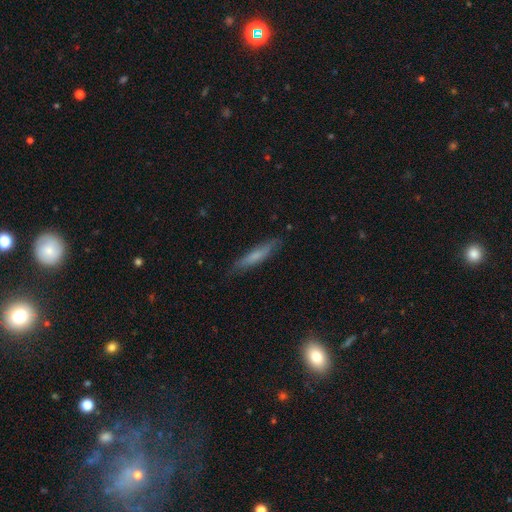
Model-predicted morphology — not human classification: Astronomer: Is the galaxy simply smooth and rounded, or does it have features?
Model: smooth — 64%.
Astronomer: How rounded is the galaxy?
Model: cigar-shaped — 88%.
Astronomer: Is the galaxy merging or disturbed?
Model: none — 82%.